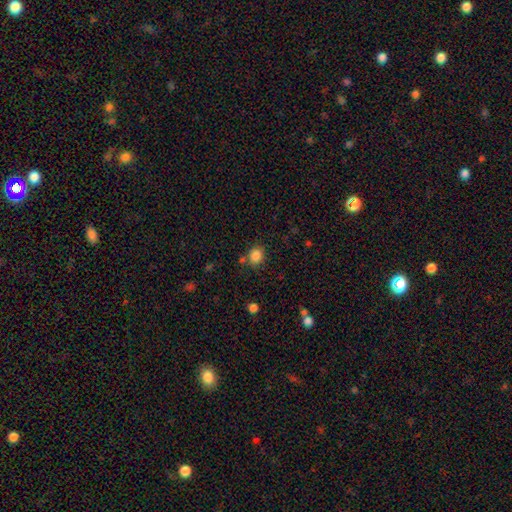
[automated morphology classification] smooth 85%, star or artifact 11%, featured or disk 5%. Down the decision tree: how rounded — round (71%); merging — none (74%).